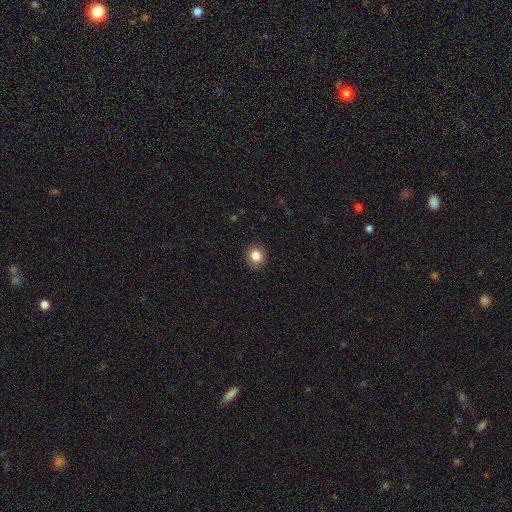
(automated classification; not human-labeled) smooth 84%, star or artifact 9%, featured or disk 6%. Down the decision tree: how rounded — round (80%); merging — none (89%).